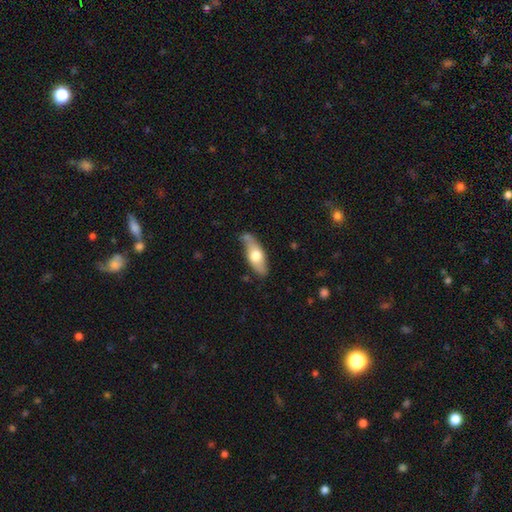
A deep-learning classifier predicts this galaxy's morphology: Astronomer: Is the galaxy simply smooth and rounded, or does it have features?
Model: smooth — 60%.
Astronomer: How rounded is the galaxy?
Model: in between — 71%.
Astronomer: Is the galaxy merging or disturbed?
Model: none — 65%.